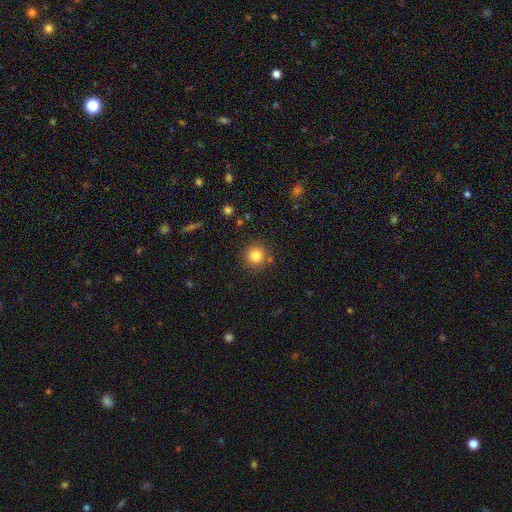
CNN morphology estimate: This is clearly a smooth galaxy (83%). How rounded: clearly round (94%). Merging: clearly none (83%).